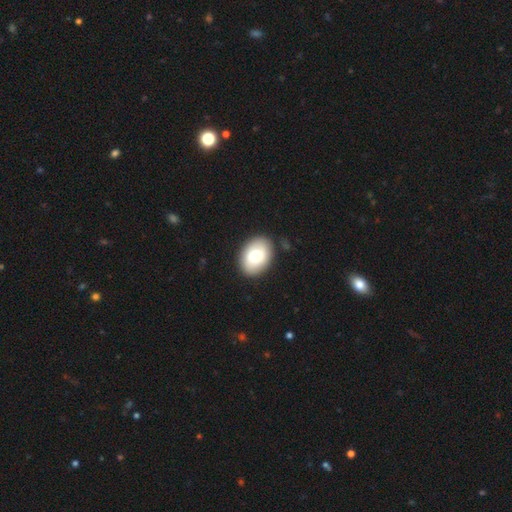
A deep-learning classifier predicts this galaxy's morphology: Smooth or featured: smooth — 74% (featured or disk — 20%)
How rounded: in between — 78% (round — 21%)
Merging: none — 88% (minor disturbance — 8%)